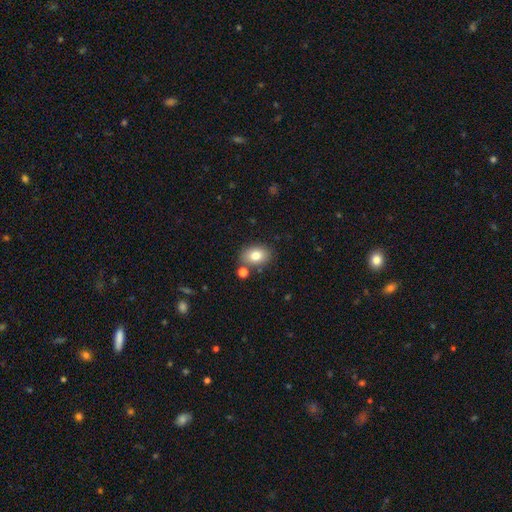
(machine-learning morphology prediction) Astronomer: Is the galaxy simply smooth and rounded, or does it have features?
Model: smooth — 81%.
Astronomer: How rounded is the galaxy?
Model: in between — 76%.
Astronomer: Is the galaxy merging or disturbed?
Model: none — 77%.